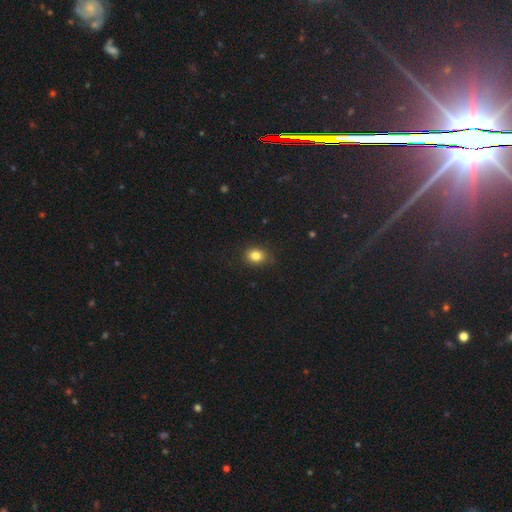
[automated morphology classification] smooth 83%, star or artifact 11%, featured or disk 6%. Down the decision tree: how rounded — in between (59%); merging — none (84%).